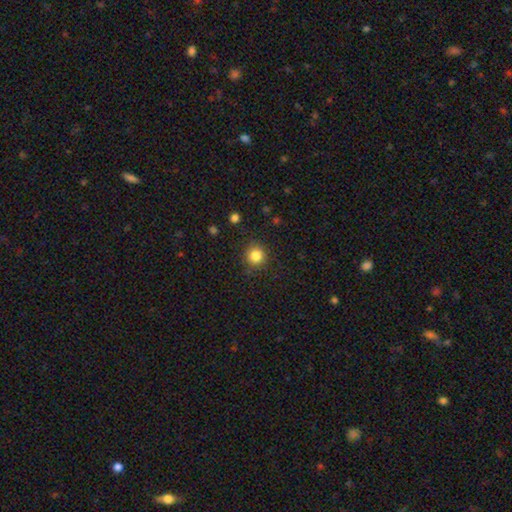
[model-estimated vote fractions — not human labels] Smooth or featured? Predicted: smooth (p=0.84). How rounded? Predicted: round (p=0.93). Merging? Predicted: none (p=0.88).